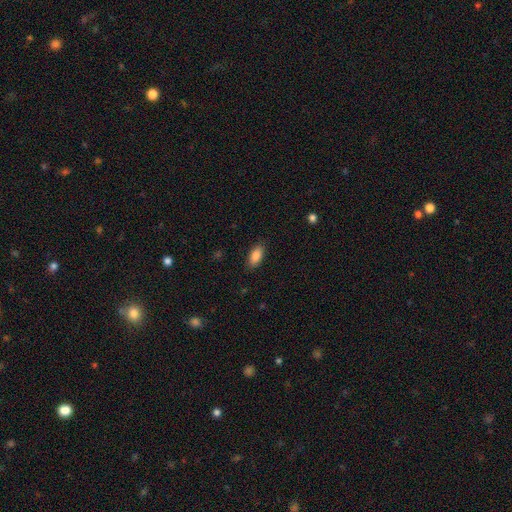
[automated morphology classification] This is clearly a smooth galaxy (87%). How rounded: clearly in between (90%). Merging: clearly none (87%).